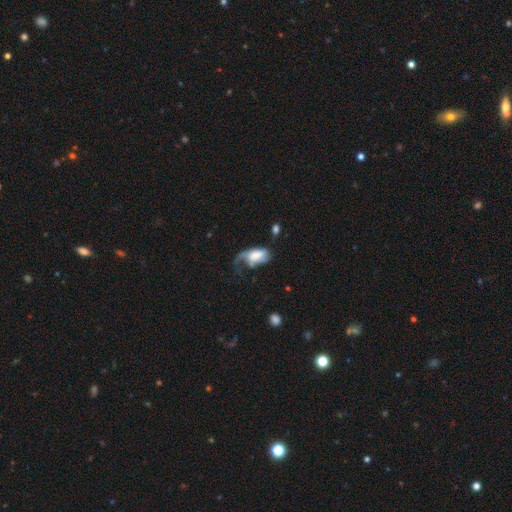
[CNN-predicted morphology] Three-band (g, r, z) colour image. It shows a featured or disk galaxy (50%). Merging: major disturbance (54%).